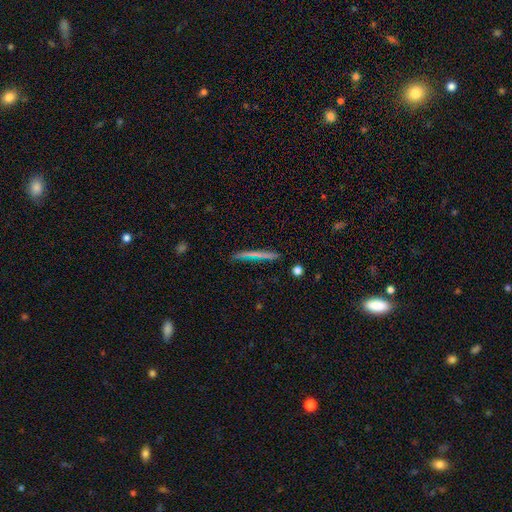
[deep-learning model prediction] Morphology: type=smooth (47%); merging=none (85%).